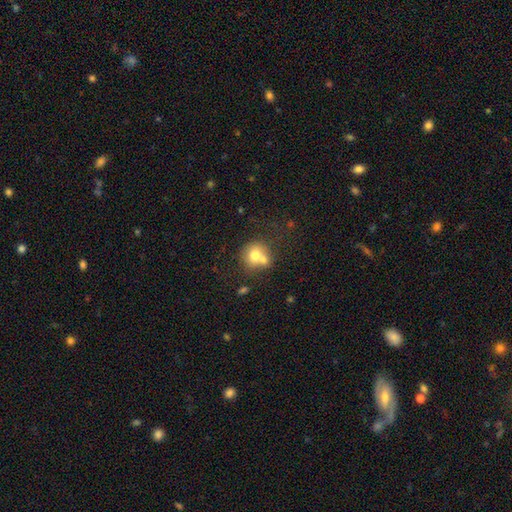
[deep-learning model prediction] A smooth galaxy with no disk features (71%) that is round (81%).

Vote fractions:
- Smooth or featured? smooth: 71% / featured or disk: 18% / star or artifact: 11%
- How rounded? round: 81% / in between: 18% / cigar-shaped: 1%
- Merging? none: 43% / merger: 42% / minor disturbance: 10% / major disturbance: 5%